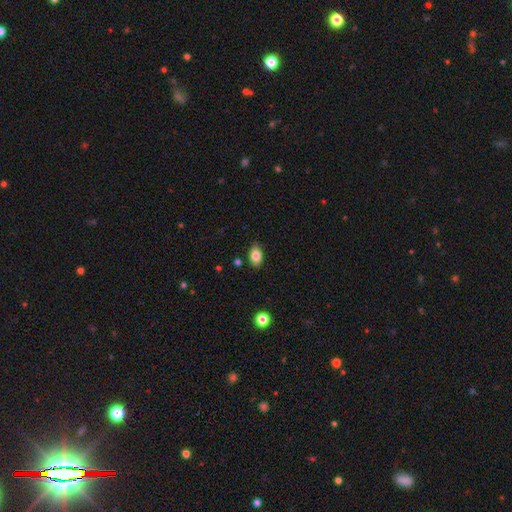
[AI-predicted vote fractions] smooth-or-featured: smooth: 83% | featured or disk: 9% | star or artifact: 8%
  how-rounded: in between: 87% | round: 11% | cigar-shaped: 2%
  merging: none: 84% | minor disturbance: 12% | major disturbance: 2% | merger: 2%